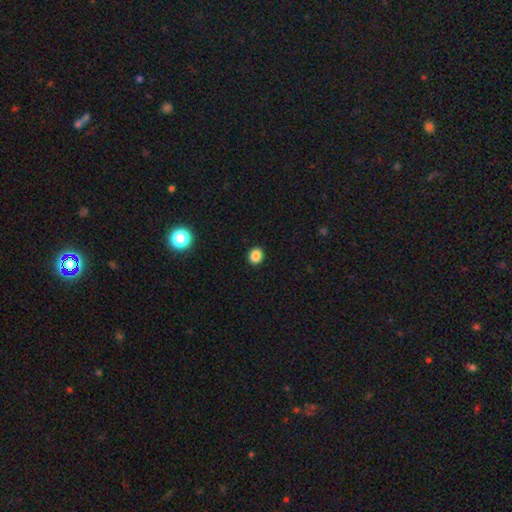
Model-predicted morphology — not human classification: smooth-or-featured: smooth: 86% | star or artifact: 11% | featured or disk: 3%
  how-rounded: round: 67% | in between: 33% | cigar-shaped: 1%
  merging: none: 92% | minor disturbance: 5% | major disturbance: 2% | merger: 1%